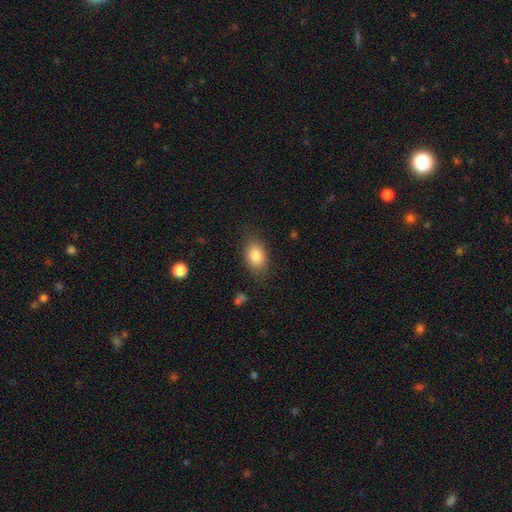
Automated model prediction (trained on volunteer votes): A smooth galaxy with no disk features (84%) that is in between round and cigar-shaped (82%). Merging: none (79%).